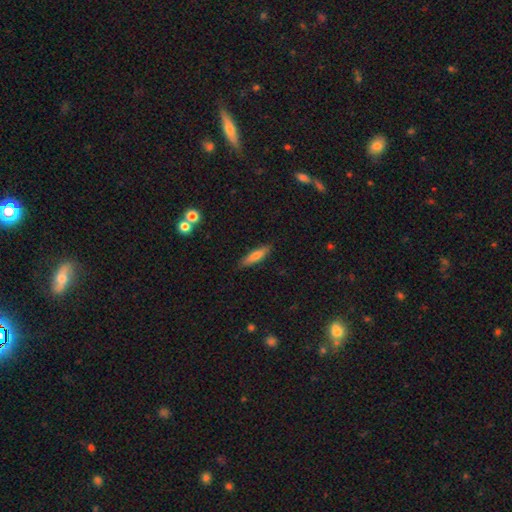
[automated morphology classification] Q: Smooth or featured?
A: smooth (69%); runner-up: featured or disk (24%)
Q: How rounded?
A: cigar-shaped (70%); runner-up: in between (28%)
Q: Merging?
A: none (87%); runner-up: minor disturbance (10%)